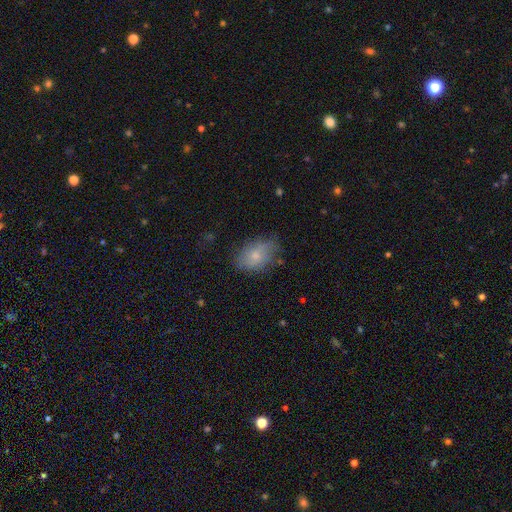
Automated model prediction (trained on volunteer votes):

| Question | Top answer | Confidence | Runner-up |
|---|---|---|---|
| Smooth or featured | smooth | 71% | featured or disk (21%) |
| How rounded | in between | 86% | round (12%) |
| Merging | none | 71% | minor disturbance (22%) |